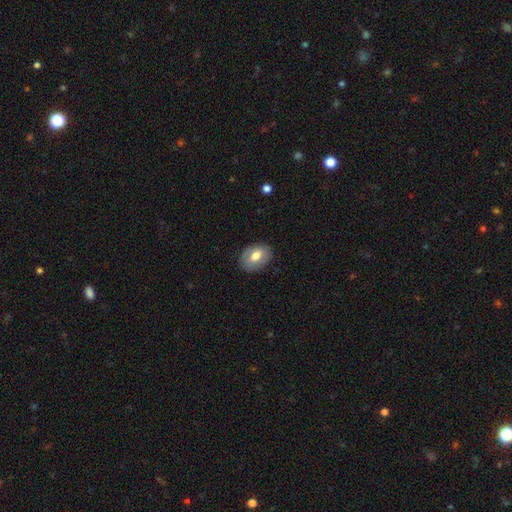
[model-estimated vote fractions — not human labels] Smooth or featured? Predicted: smooth (p=0.64). How rounded? Predicted: in between (p=0.81). Merging? Predicted: none (p=0.82).